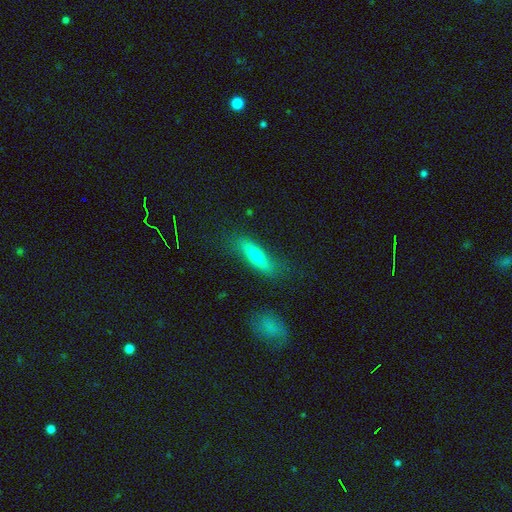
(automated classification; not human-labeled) Smooth or featured? smooth (60%)
How rounded? cigar-shaped (69%)
Merging? none (79%)